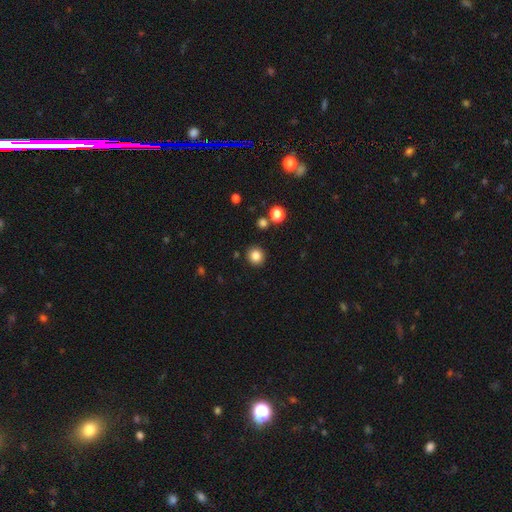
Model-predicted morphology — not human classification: A smooth galaxy with no disk features (84%) that is round (90%).

Vote fractions:
- Smooth or featured? smooth: 84% / star or artifact: 11% / featured or disk: 5%
- How rounded? round: 90% / in between: 10% / cigar-shaped: 1%
- Merging? none: 90% / minor disturbance: 6% / merger: 2% / major disturbance: 2%